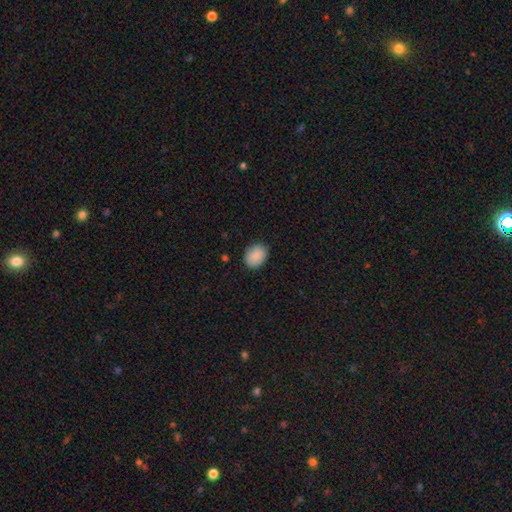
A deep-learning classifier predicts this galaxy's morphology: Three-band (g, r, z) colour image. It shows a smooth galaxy with no disk features (88%) that is in between round and cigar-shaped (56%). Merging: none (86%).